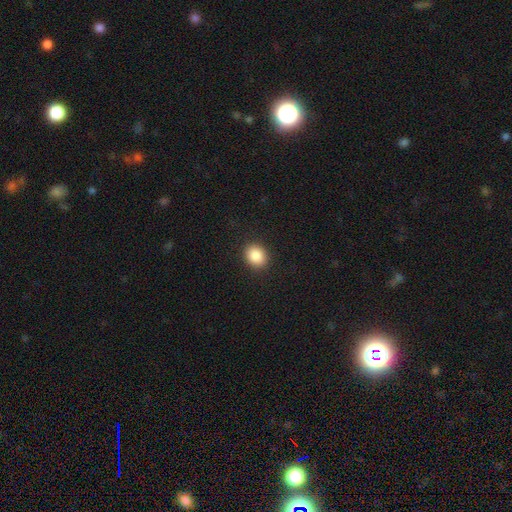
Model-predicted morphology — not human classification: Smooth or featured: smooth — 87% (star or artifact — 9%)
How rounded: round — 61% (in between — 38%)
Merging: none — 91% (minor disturbance — 6%)